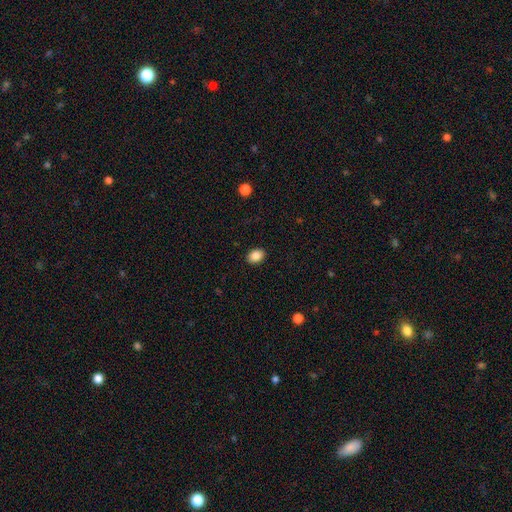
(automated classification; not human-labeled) A smooth galaxy with no disk features (87%) that is in between round and cigar-shaped (72%). Merging: none (90%).